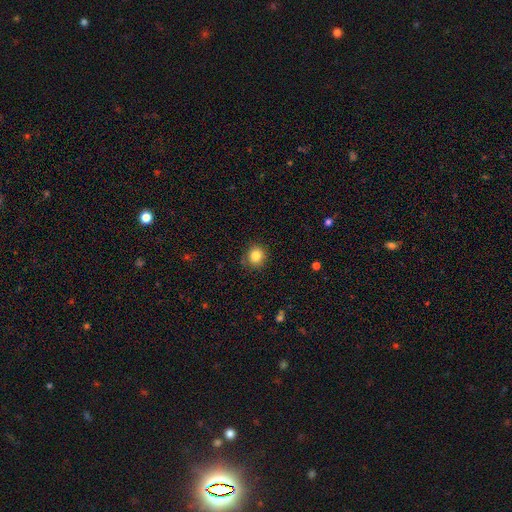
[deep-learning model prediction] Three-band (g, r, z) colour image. It shows a smooth galaxy with no disk features (84%) that is round (88%). Merging: none (87%).